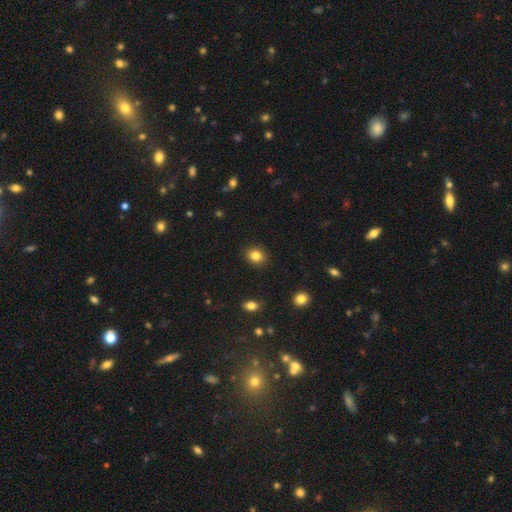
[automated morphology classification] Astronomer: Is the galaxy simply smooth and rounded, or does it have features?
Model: smooth — 84%.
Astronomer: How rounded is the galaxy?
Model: round — 63%.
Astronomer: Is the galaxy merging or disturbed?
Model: none — 90%.